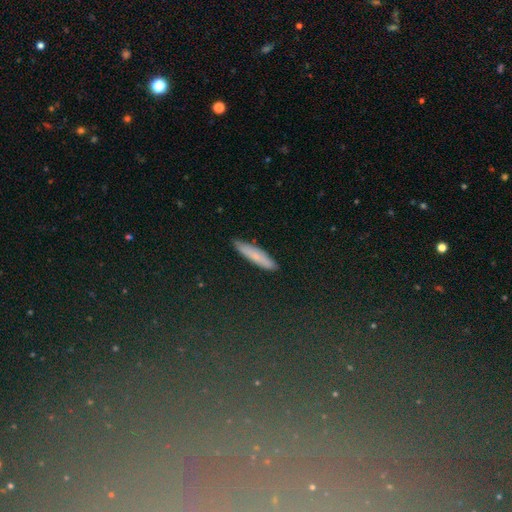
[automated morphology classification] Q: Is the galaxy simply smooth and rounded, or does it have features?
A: smooth — 70%.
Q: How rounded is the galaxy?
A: cigar-shaped — 89%.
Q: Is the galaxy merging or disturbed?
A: none — 86%.